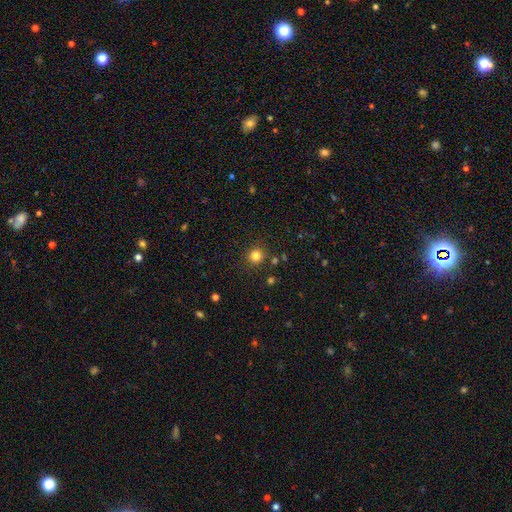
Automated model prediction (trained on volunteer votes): smooth 81%, star or artifact 14%, featured or disk 5%. Down the decision tree: how rounded — round (90%); merging — none (87%).